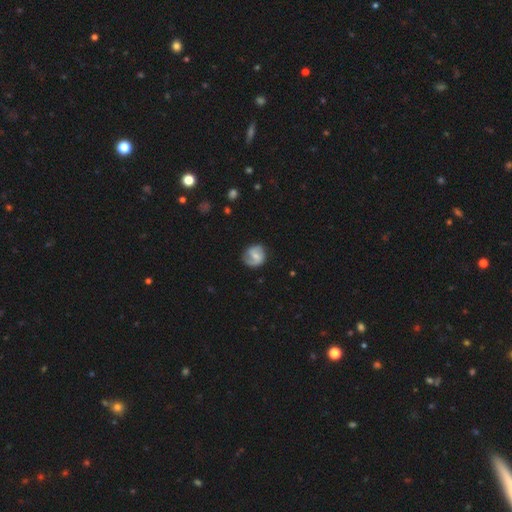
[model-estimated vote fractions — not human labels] Morphology: type=featured or disk (63%); edge-on=no (97%); bar=weak (49%); spiral arms=yes (88%); winding=medium (44%); arm count=2 (76%); bulge=small (51%); merging=none (72%).